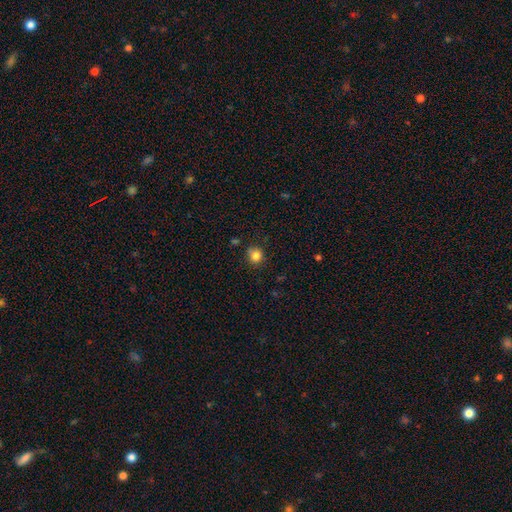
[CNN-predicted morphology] A smooth galaxy with no disk features (84%) that is round (85%). Merging: none (79%).